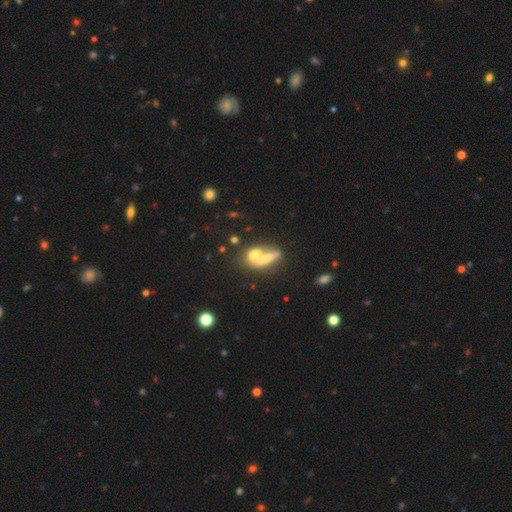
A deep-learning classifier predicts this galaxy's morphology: type=smooth (61%); roundness=in between (57%); merging=merger (58%).